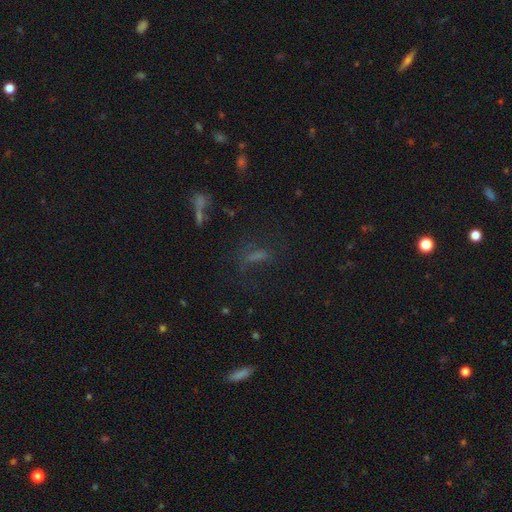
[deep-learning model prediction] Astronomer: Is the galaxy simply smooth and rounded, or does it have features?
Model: smooth — 46% (runner-up: star or artifact, 31%).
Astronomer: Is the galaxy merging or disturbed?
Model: none — 57%.